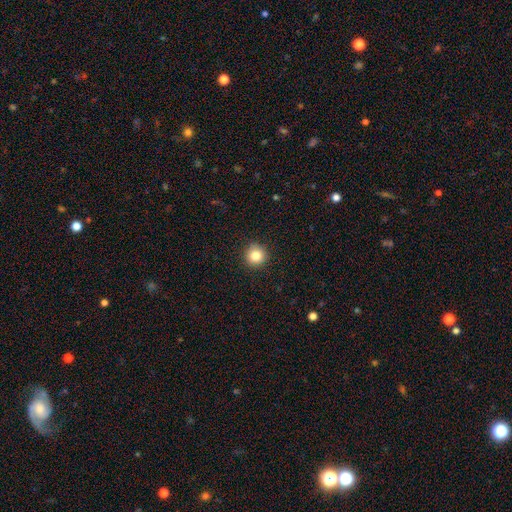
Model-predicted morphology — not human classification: Smooth or featured?
  - smooth: 84% *
  - star or artifact: 10%
  - featured or disk: 6%
How rounded?
  - round: 95% *
  - in between: 4%
  - cigar-shaped: 1%
Merging?
  - none: 92% *
  - minor disturbance: 6%
  - major disturbance: 2%
  - merger: 1%